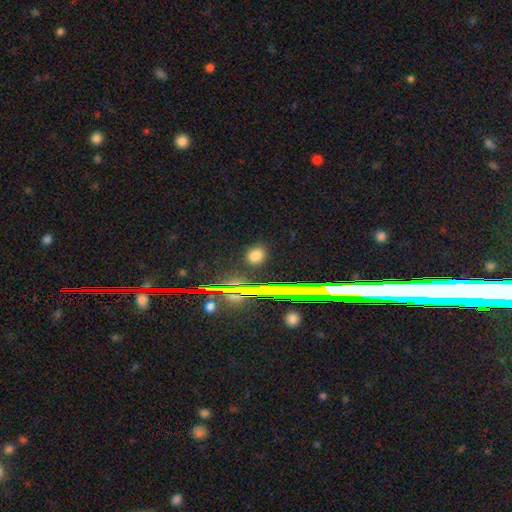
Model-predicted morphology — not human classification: smooth_or_featured: smooth (p=0.75) [alt: star or artifact p=0.19]
how_rounded: round (p=0.67) [alt: in between p=0.30]
merging: none (p=0.88) [alt: minor disturbance p=0.08]